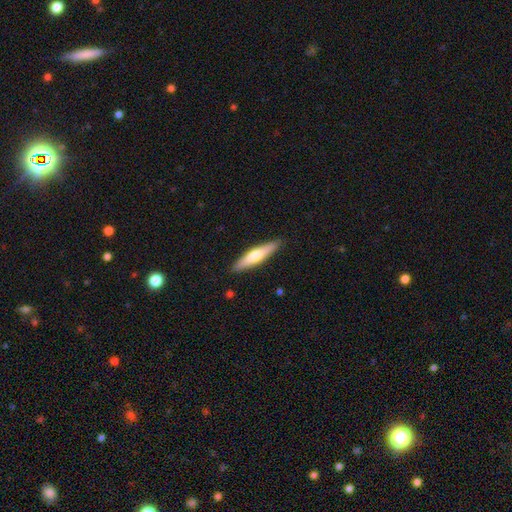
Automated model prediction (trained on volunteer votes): A smooth galaxy with no disk features (53%) that is cigar-shaped (83%). Merging: none (90%).